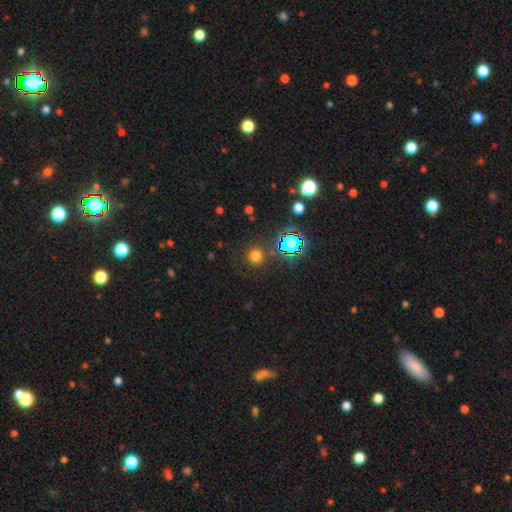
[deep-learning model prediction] smooth 69%, star or artifact 25%, featured or disk 6%. Down the decision tree: how rounded — round (93%); merging — none (86%).